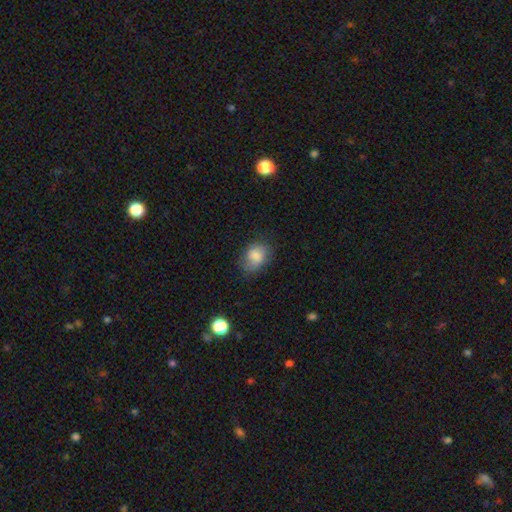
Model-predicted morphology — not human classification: Smooth or featured? Predicted: smooth (p=0.77). How rounded? Predicted: in between (p=0.65). Merging? Predicted: none (p=0.62).